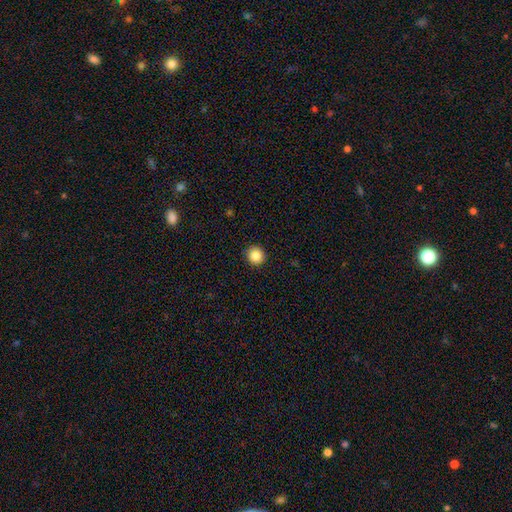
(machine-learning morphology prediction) A smooth galaxy with no disk features (87%) that is round (94%).

Vote fractions:
- Smooth or featured? smooth: 87% / star or artifact: 10% / featured or disk: 4%
- How rounded? round: 94% / in between: 5% / cigar-shaped: 1%
- Merging? none: 92% / minor disturbance: 5% / major disturbance: 2% / merger: 1%